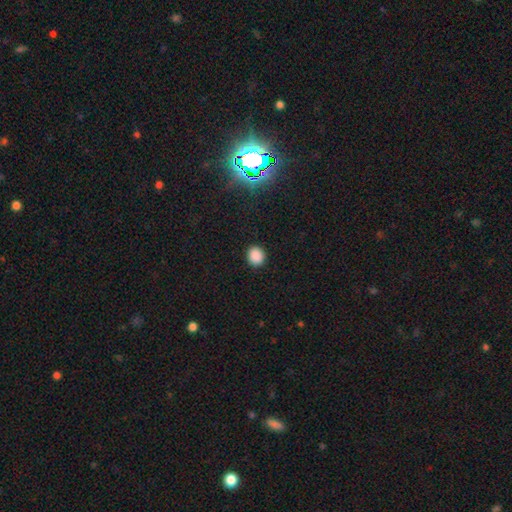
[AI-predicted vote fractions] A smooth galaxy with no disk features (88%) that is round (75%). Merging: none (90%).